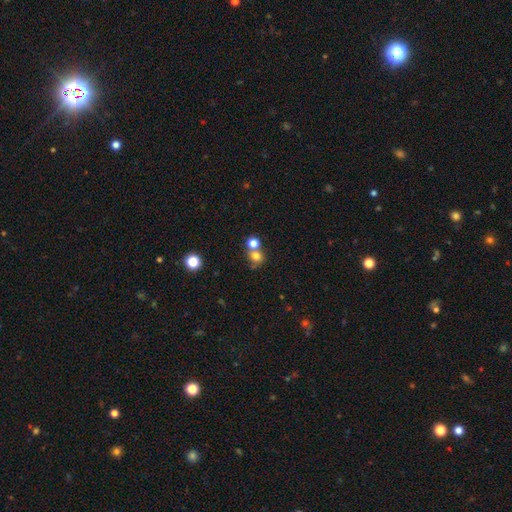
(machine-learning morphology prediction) Smooth or featured: smooth — 75% (star or artifact — 14%)
How rounded: round — 78% (in between — 21%)
Merging: merger — 47% (none — 42%)